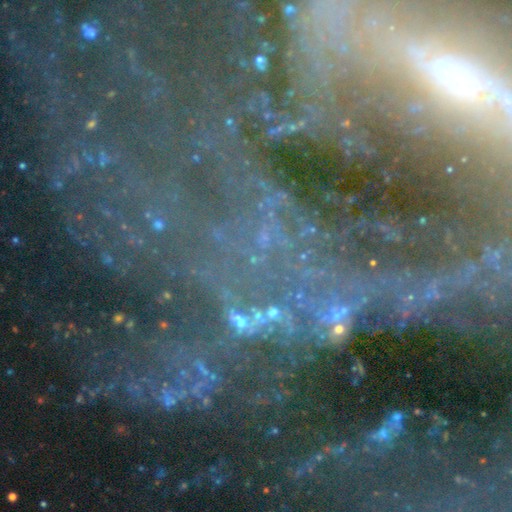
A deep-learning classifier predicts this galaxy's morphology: smooth-or-featured: star or artifact: 57% | featured or disk: 33% | smooth: 10%